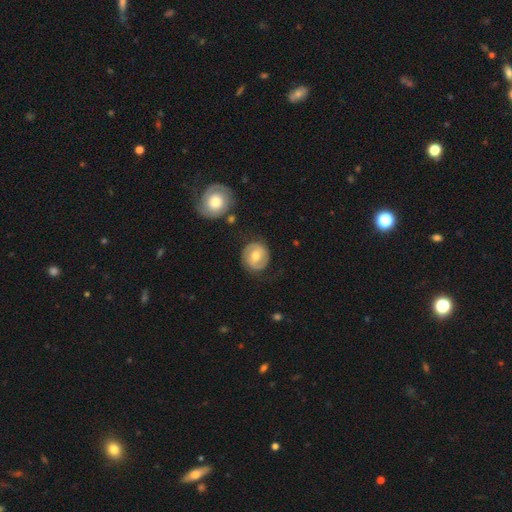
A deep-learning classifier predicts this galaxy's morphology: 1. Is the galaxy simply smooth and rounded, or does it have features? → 53% featured or disk, 41% smooth, 6% star or artifact.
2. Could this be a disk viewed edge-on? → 97% no, 3% yes.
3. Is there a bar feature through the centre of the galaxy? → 47% weak, 33% no, 21% strong.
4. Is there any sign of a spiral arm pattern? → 71% yes, 29% no.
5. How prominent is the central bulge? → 73% moderate, 17% small, 7% large, 1% none, 1% dominant.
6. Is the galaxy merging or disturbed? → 80% none, 13% minor disturbance, 5% major disturbance, 3% merger.